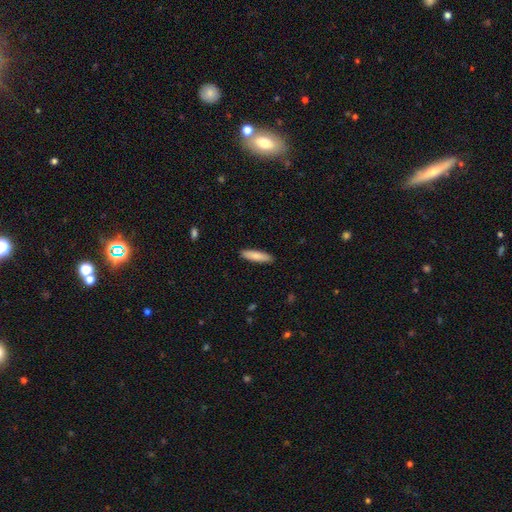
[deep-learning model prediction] This is clearly a smooth galaxy (84%). How rounded: likely cigar-shaped (75%). Merging: clearly none (90%).